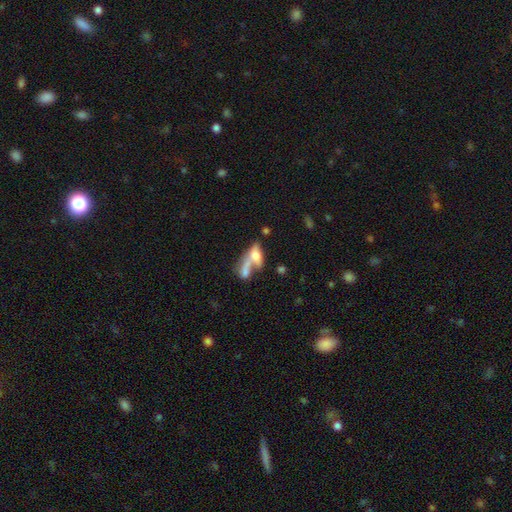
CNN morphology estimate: Smooth or featured? smooth (60%)
How rounded? in between (67%)
Merging? merger (59%)